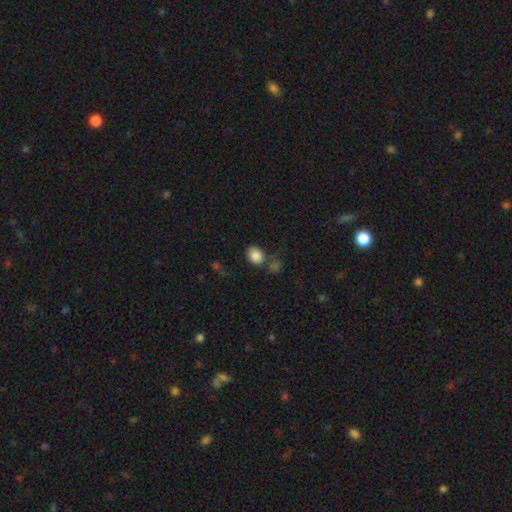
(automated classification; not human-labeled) Smooth or featured? smooth (86%)
How rounded? round (50%)
Merging? none (64%)